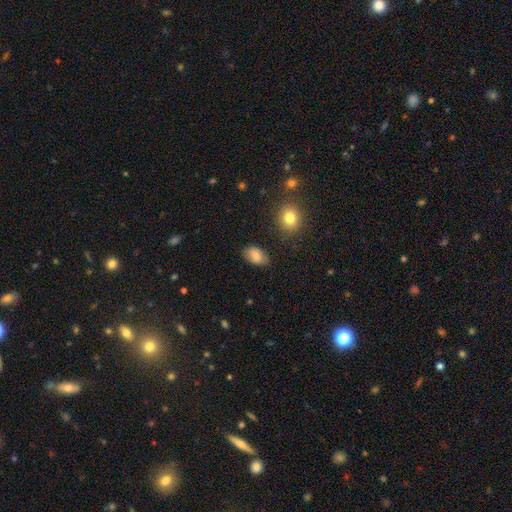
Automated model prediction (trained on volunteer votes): Smooth or featured: smooth — 80% (featured or disk — 12%)
How rounded: in between — 88% (round — 10%)
Merging: none — 76% (minor disturbance — 18%)